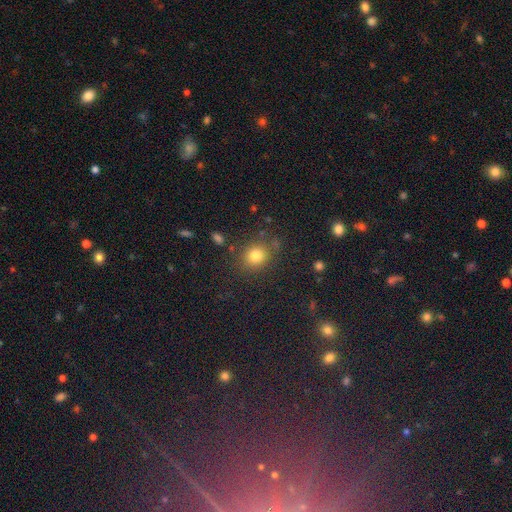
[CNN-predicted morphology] A smooth galaxy with no disk features (79%) that is round (76%).

Vote fractions:
- Smooth or featured? smooth: 79% / star or artifact: 14% / featured or disk: 7%
- How rounded? round: 76% / in between: 23% / cigar-shaped: 1%
- Merging? none: 80% / minor disturbance: 11% / major disturbance: 5% / merger: 4%